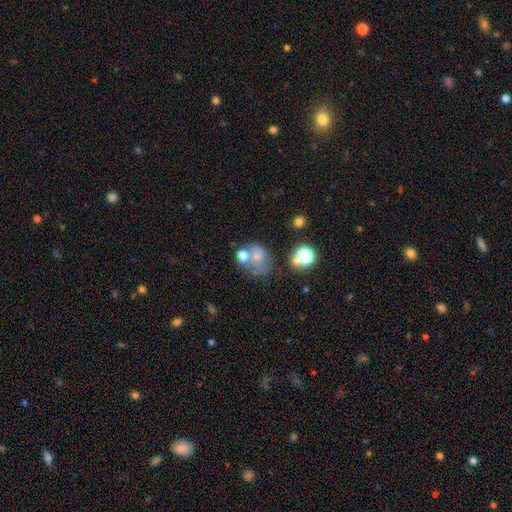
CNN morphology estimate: Smooth or featured: smooth — 56% (featured or disk — 27%)
How rounded: round — 56% (in between — 43%)
Merging: none — 36% (merger — 29%)